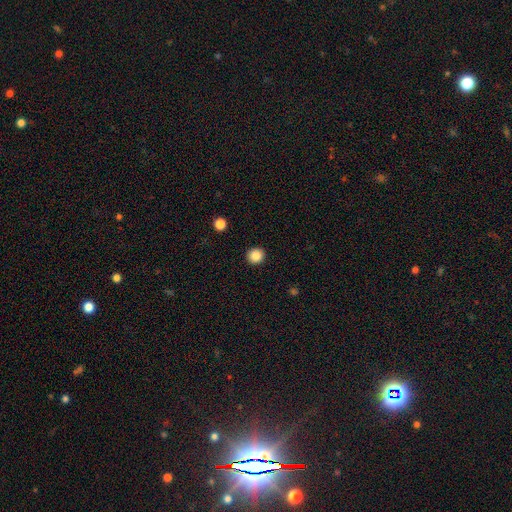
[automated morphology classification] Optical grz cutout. It shows a smooth galaxy with no disk features (86%) that is round (91%). Merging: none (92%).